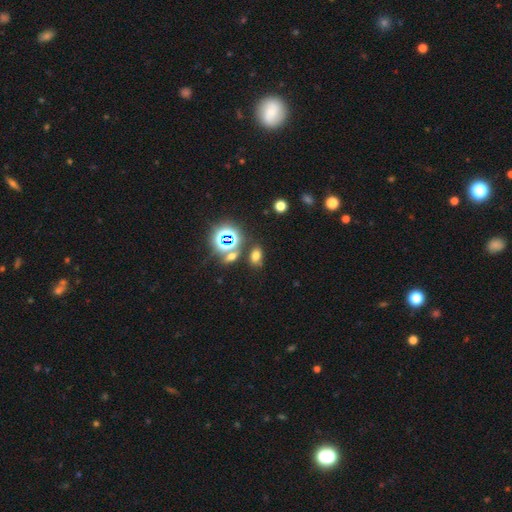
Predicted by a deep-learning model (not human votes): A smooth galaxy with no disk features (61%) that is in between round and cigar-shaped (80%).

Vote fractions:
- Smooth or featured? smooth: 61% / star or artifact: 30% / featured or disk: 9%
- How rounded? in between: 80% / round: 17% / cigar-shaped: 3%
- Merging? none: 78% / minor disturbance: 11% / merger: 8% / major disturbance: 4%